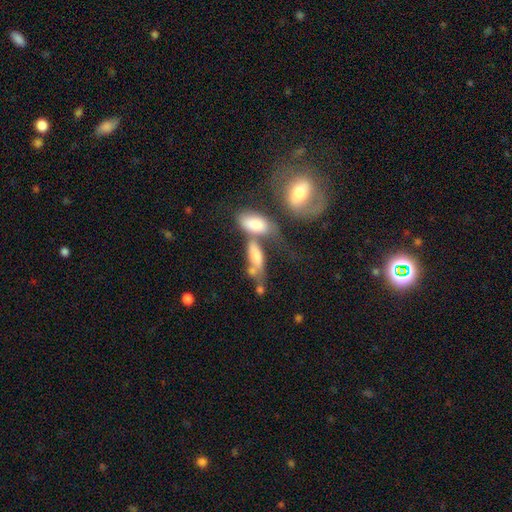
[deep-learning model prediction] Smooth or featured? Predicted: smooth (p=0.67). How rounded? Predicted: in between (p=0.72). Merging? Predicted: merger (p=0.52).